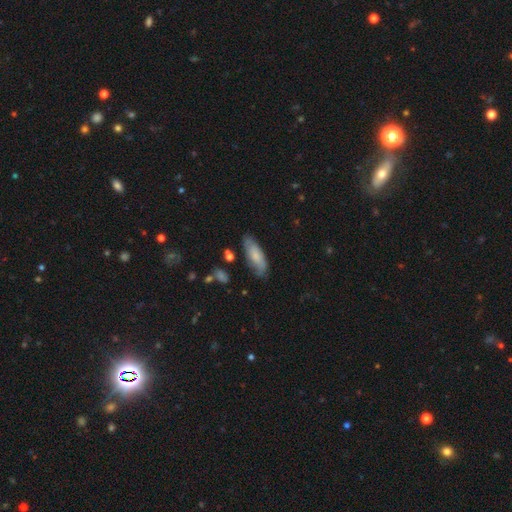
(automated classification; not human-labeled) Smooth or featured? smooth (66%)
How rounded? in between (69%)
Merging? none (72%)